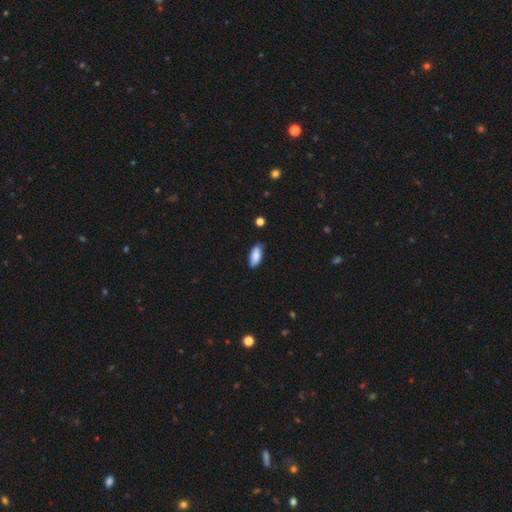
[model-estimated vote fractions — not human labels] Smooth or featured? smooth (86%)
How rounded? in between (86%)
Merging? none (82%)